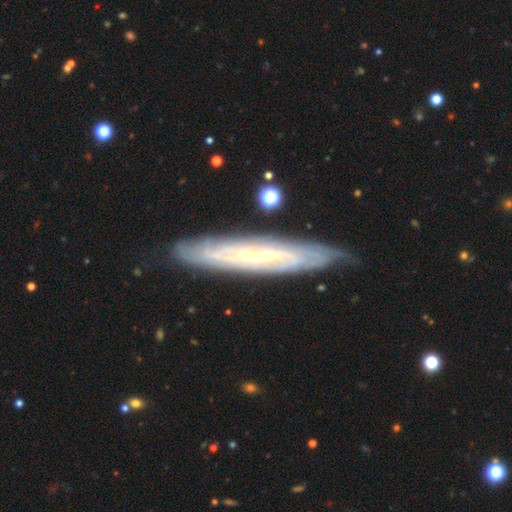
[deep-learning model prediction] This appears to be a featured or disk galaxy (76%) viewed edge-on (51%). Merging: none (81%).